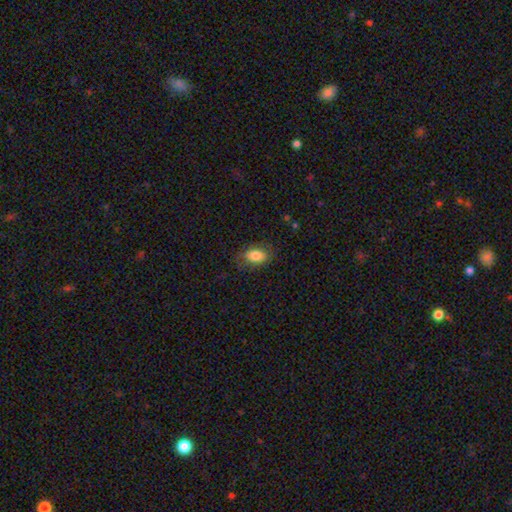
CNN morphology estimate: smooth_or_featured: smooth (p=0.81) [alt: featured or disk p=0.11]
how_rounded: in between (p=0.88) [alt: round p=0.10]
merging: none (p=0.75) [alt: minor disturbance p=0.17]